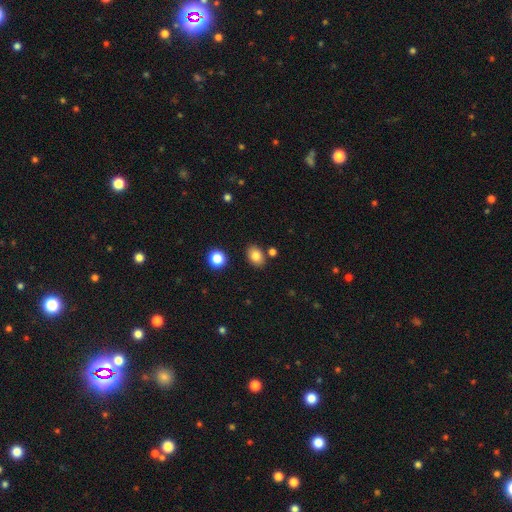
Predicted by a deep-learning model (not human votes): Morphology: type=smooth (82%); roundness=in between (73%); merging=none (81%).